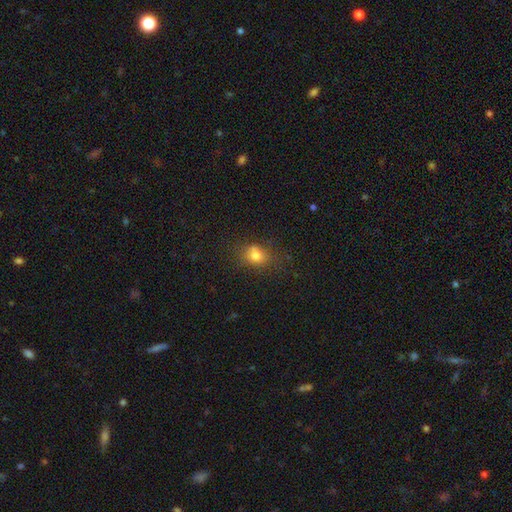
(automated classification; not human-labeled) Smooth or featured? Predicted: smooth (p=0.76). How rounded? Predicted: round (p=0.52). Merging? Predicted: none (p=0.61).